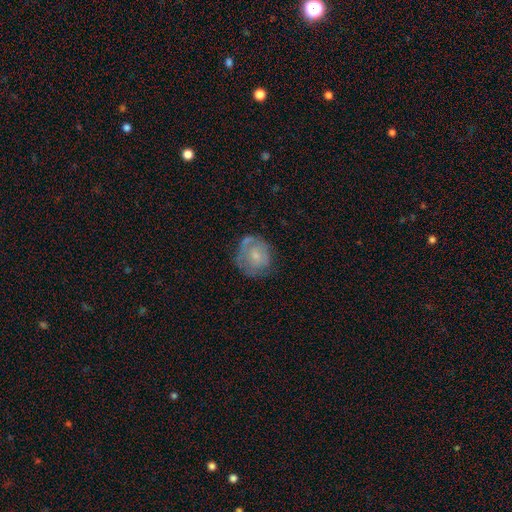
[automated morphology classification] A smooth galaxy with no disk features (53%) that is round (77%).

Vote fractions:
- Smooth or featured? smooth: 53% / featured or disk: 39% / star or artifact: 8%
- How rounded? round: 77% / in between: 22% / cigar-shaped: 1%
- Merging? none: 56% / minor disturbance: 27% / major disturbance: 14% / merger: 3%